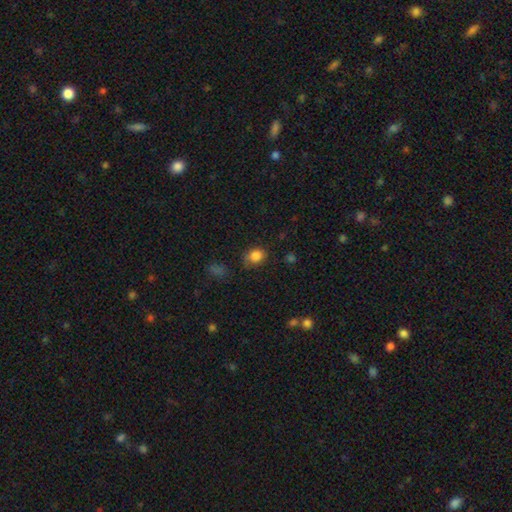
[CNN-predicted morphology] Q: Smooth or featured?
A: smooth (84%); runner-up: star or artifact (10%)
Q: How rounded?
A: round (53%); runner-up: in between (46%)
Q: Merging?
A: none (66%); runner-up: minor disturbance (25%)